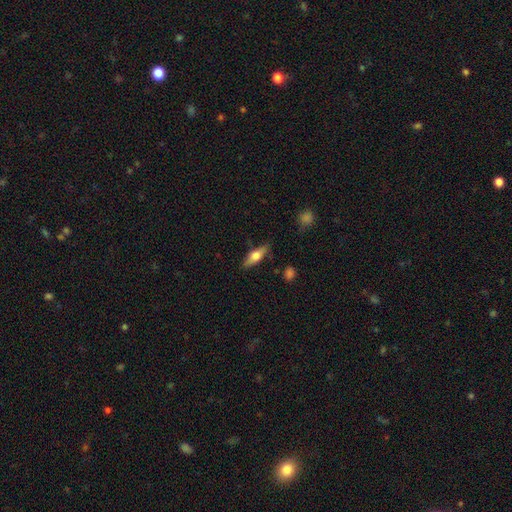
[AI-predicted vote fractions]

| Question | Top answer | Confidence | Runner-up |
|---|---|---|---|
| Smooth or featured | smooth | 52% | featured or disk (41%) |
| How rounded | in between | 52% | cigar-shaped (45%) |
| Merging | none | 82% | minor disturbance (13%) |